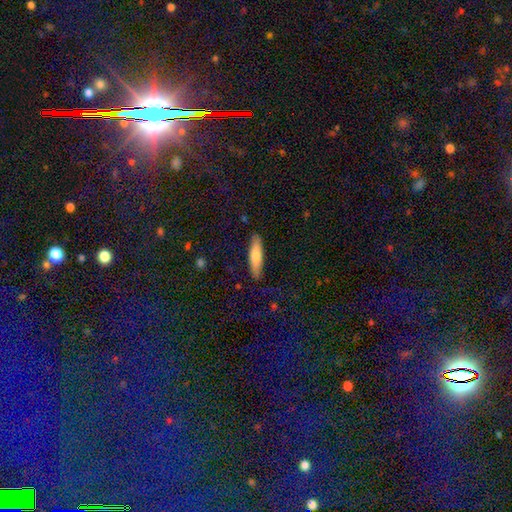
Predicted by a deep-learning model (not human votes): Smooth or featured?
  - smooth: 72% *
  - featured or disk: 23%
  - star or artifact: 5%
How rounded?
  - cigar-shaped: 74% *
  - in between: 25%
  - round: 2%
Merging?
  - none: 86% *
  - minor disturbance: 11%
  - major disturbance: 2%
  - merger: 1%